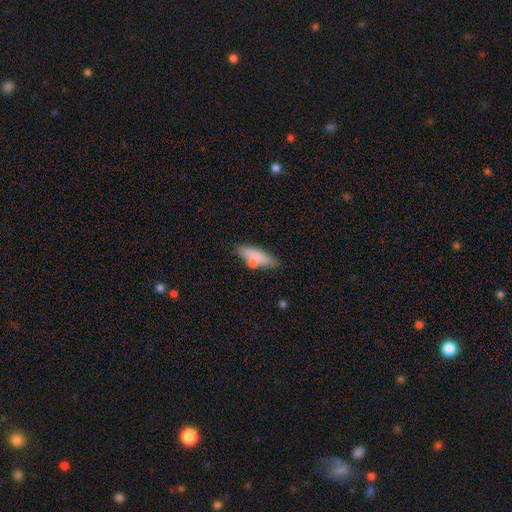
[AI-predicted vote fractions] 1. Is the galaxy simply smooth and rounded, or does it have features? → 76% smooth, 16% featured or disk, 8% star or artifact.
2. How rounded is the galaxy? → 51% cigar-shaped, 46% in between, 3% round.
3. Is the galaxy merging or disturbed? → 67% none, 17% minor disturbance, 11% merger, 5% major disturbance.